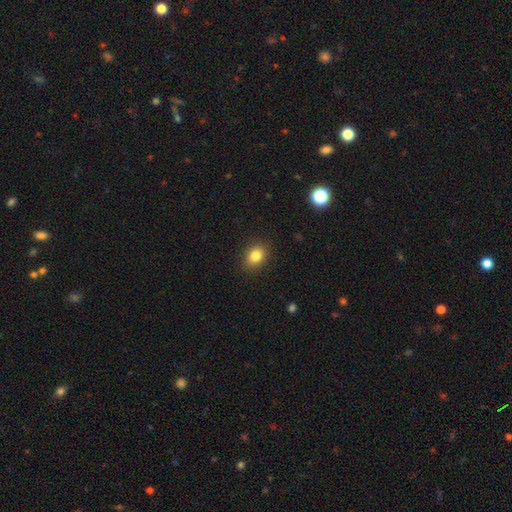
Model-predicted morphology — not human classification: Smooth or featured? Predicted: smooth (p=0.83). How rounded? Predicted: in between (p=0.55). Merging? Predicted: none (p=0.89).